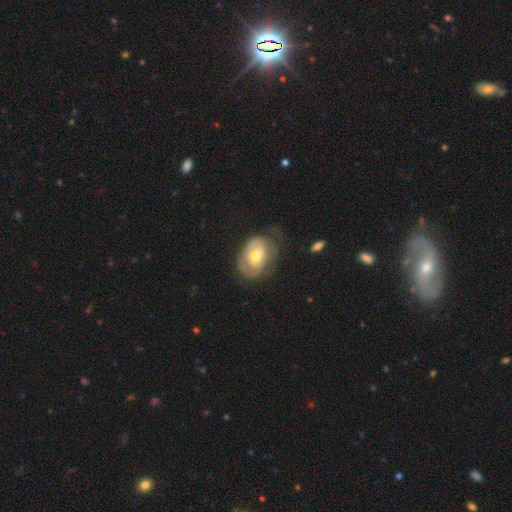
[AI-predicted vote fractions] Smooth or featured? Predicted: featured or disk (p=0.65). Edge-on disk? Predicted: no (p=0.96). Bar? Predicted: no (p=0.59). Spiral arms? Predicted: yes (p=0.73). Bulge size? Predicted: moderate (p=0.65). Merging? Predicted: none (p=0.54).